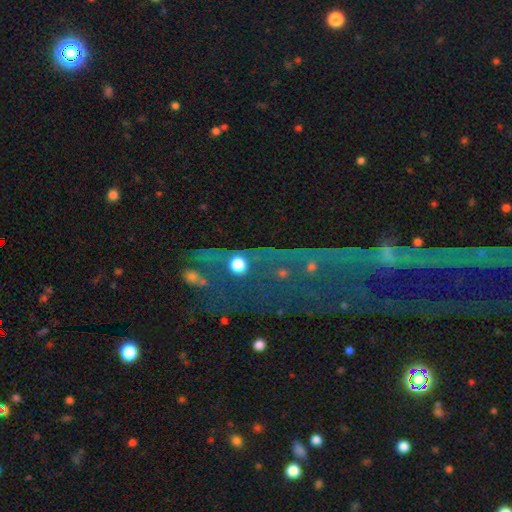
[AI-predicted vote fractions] A star or artifact, not a galaxy (67%).